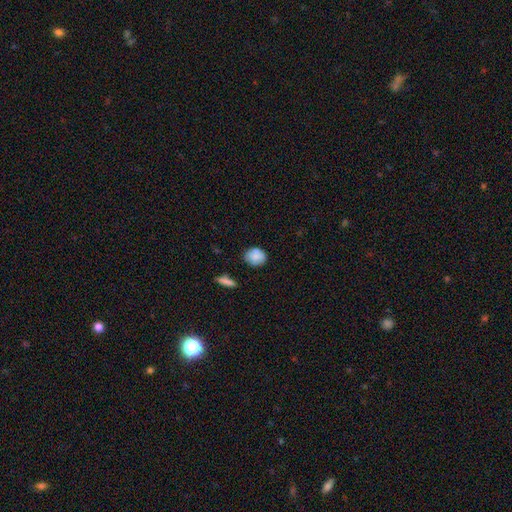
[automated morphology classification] A smooth galaxy with no disk features (83%) that is round (64%). Merging: none (74%).